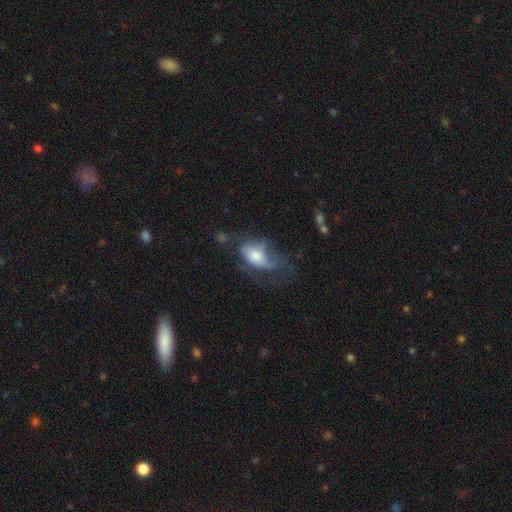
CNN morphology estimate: Smooth or featured? Predicted: smooth (p=0.50). Merging? Predicted: major disturbance (p=0.41).